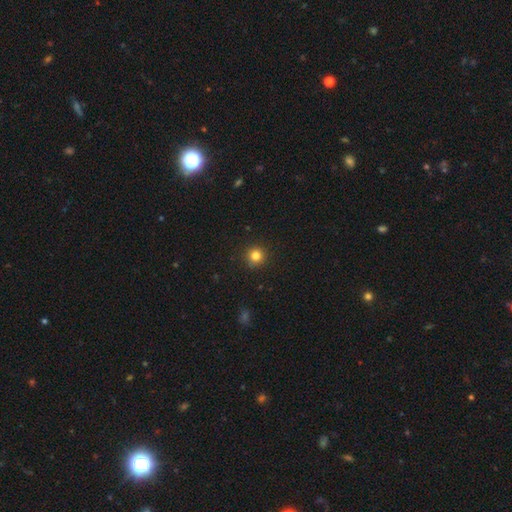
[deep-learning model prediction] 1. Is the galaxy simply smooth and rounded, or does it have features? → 82% smooth, 13% star or artifact, 5% featured or disk.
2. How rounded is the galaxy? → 95% round, 4% in between, 1% cigar-shaped.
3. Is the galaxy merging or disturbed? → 92% none, 5% minor disturbance, 2% major disturbance, 1% merger.